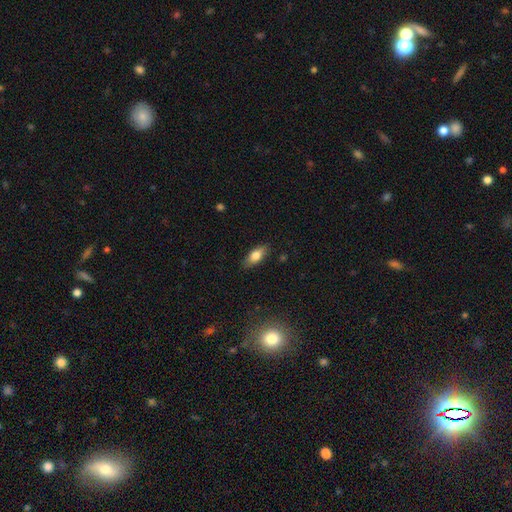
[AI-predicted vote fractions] A smooth galaxy with no disk features (74%) that is in between round and cigar-shaped (81%). Merging: none (85%).